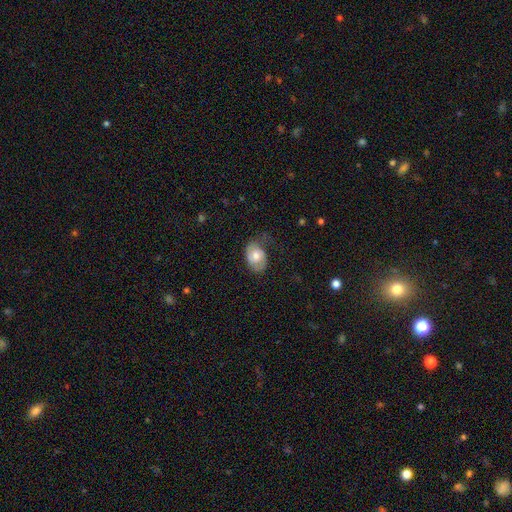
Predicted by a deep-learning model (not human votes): Smooth or featured?
  - smooth: 56% *
  - featured or disk: 37%
  - star or artifact: 7%
How rounded?
  - in between: 76% *
  - round: 23%
  - cigar-shaped: 1%
Merging?
  - none: 49% *
  - minor disturbance: 31%
  - major disturbance: 18%
  - merger: 2%